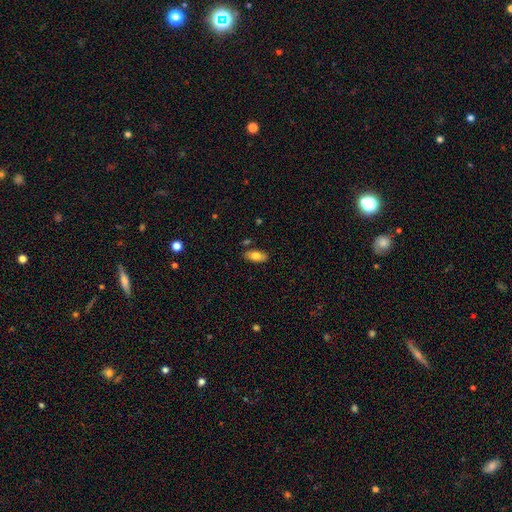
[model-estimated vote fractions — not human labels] Smooth or featured: smooth — 77% (featured or disk — 16%)
How rounded: in between — 91% (cigar-shaped — 6%)
Merging: none — 83% (minor disturbance — 11%)